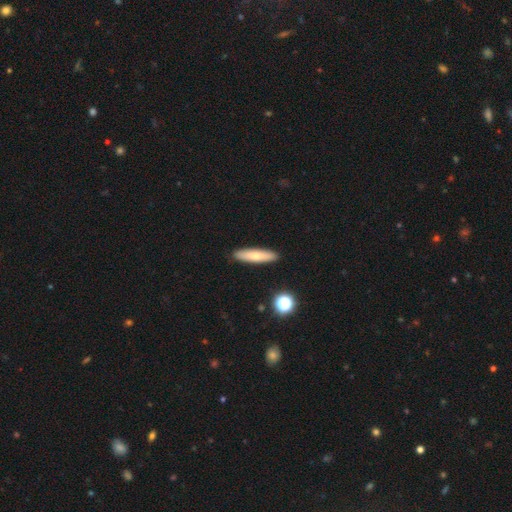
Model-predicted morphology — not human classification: A smooth galaxy with no disk features (73%) that is cigar-shaped (80%).

Vote fractions:
- Smooth or featured? smooth: 73% / featured or disk: 21% / star or artifact: 7%
- How rounded? cigar-shaped: 80% / in between: 19% / round: 2%
- Merging? none: 91% / minor disturbance: 7% / major disturbance: 1% / merger: 1%